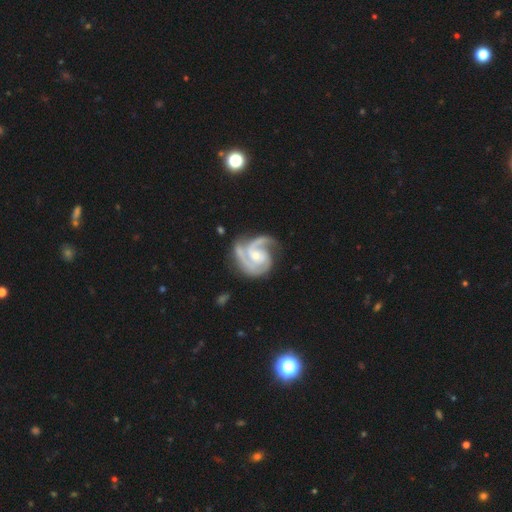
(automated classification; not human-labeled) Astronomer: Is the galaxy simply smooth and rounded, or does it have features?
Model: featured or disk — 92%.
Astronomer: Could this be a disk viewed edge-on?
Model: no — 98%.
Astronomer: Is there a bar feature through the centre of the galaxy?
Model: no — 59%.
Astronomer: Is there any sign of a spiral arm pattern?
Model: yes — 98%.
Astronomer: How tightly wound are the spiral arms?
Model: tight — 47% (runner-up: medium, 46%).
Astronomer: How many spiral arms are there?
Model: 3 — 55%.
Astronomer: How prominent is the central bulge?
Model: small — 60%.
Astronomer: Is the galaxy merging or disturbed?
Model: none — 63%.